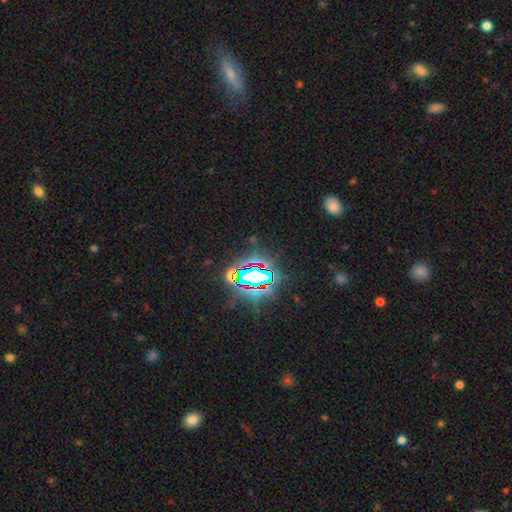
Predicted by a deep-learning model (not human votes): Q: Smooth or featured?
A: star or artifact (80%); runner-up: smooth (11%)